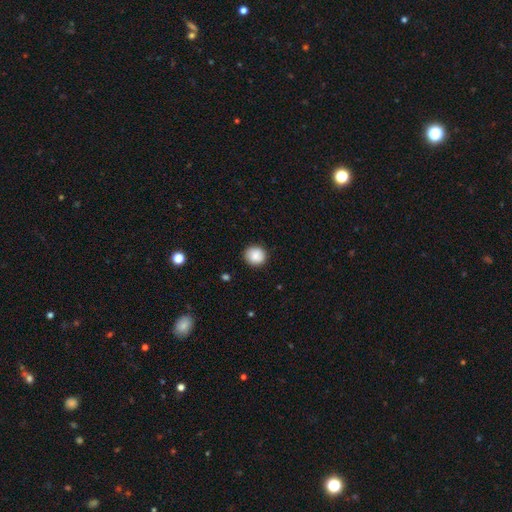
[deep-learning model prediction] Q: Smooth or featured?
A: smooth (87%); runner-up: star or artifact (8%)
Q: How rounded?
A: round (90%); runner-up: in between (9%)
Q: Merging?
A: none (89%); runner-up: minor disturbance (8%)